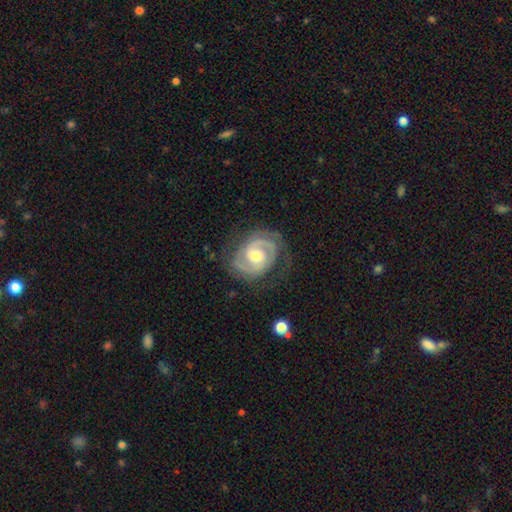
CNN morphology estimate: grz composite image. It shows a featured or disk galaxy (91%) with no bar (48%), 2 (89%) tight (57%) spiral arms (98%) and a moderate central bulge (66%). Merging: none (77%).